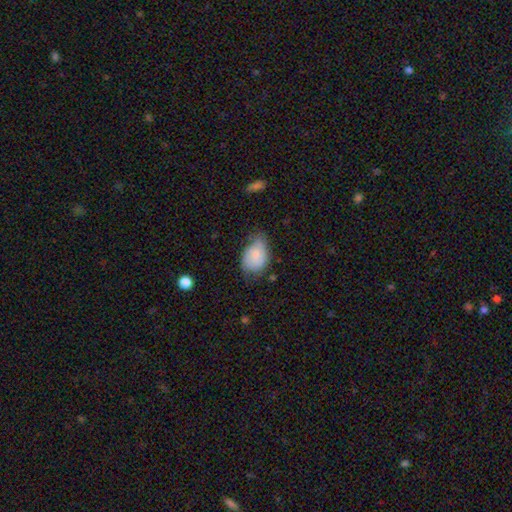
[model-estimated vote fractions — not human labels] Smooth or featured? smooth (79%)
How rounded? in between (80%)
Merging? minor disturbance (44%)